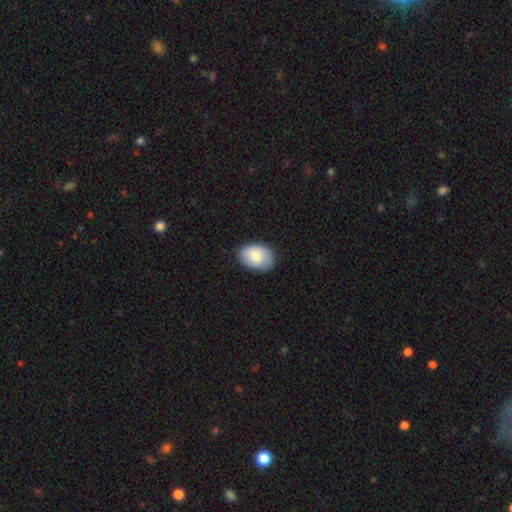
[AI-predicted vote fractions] smooth_or_featured: smooth (p=0.74) [alt: featured or disk p=0.20]
how_rounded: in between (p=0.80) [alt: round p=0.19]
merging: none (p=0.77) [alt: minor disturbance p=0.18]